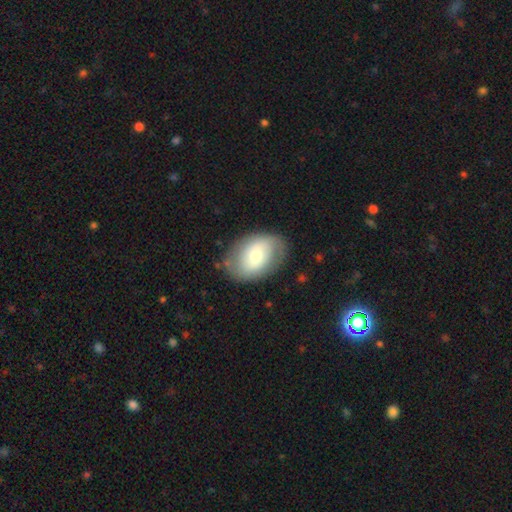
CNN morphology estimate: Smooth or featured: smooth — 51% (featured or disk — 42%)
How rounded: in between — 81% (round — 18%)
Merging: none — 79% (minor disturbance — 15%)